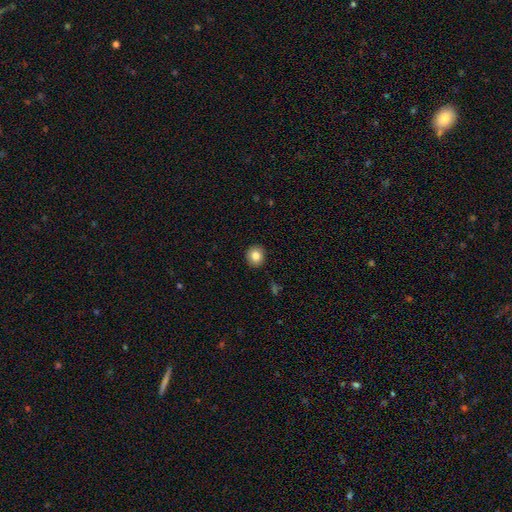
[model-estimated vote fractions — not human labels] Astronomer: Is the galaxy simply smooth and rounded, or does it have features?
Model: smooth — 83%.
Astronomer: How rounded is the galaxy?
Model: round — 86%.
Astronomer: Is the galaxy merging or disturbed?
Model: none — 91%.